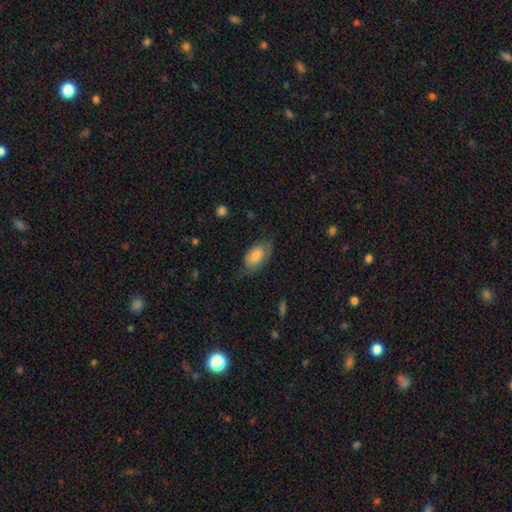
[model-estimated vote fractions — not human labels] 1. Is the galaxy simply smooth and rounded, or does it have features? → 66% smooth, 27% featured or disk, 7% star or artifact.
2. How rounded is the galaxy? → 92% in between, 5% round, 2% cigar-shaped.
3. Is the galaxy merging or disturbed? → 59% none, 29% minor disturbance, 11% major disturbance, 1% merger.